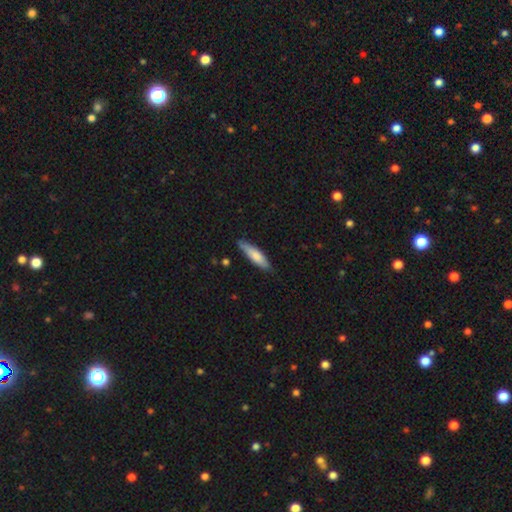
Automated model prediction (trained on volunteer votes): A smooth galaxy with no disk features (76%) that is cigar-shaped (66%).

Vote fractions:
- Smooth or featured? smooth: 76% / featured or disk: 19% / star or artifact: 5%
- How rounded? cigar-shaped: 66% / in between: 33% / round: 1%
- Merging? none: 79% / minor disturbance: 17% / major disturbance: 2% / merger: 1%